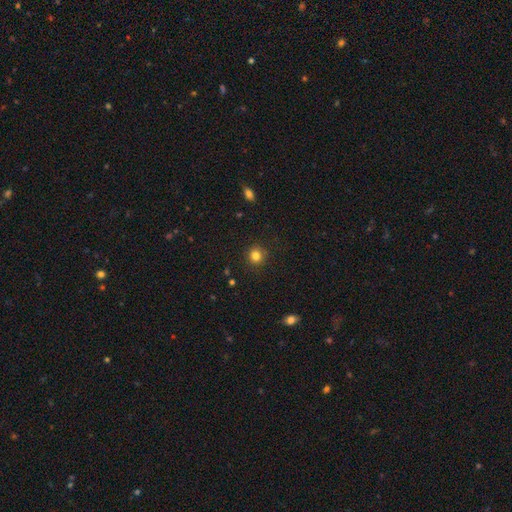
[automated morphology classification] Smooth or featured?
  - smooth: 82% *
  - star or artifact: 12%
  - featured or disk: 5%
How rounded?
  - round: 91% *
  - in between: 8%
  - cigar-shaped: 1%
Merging?
  - none: 90% *
  - minor disturbance: 7%
  - major disturbance: 2%
  - merger: 1%